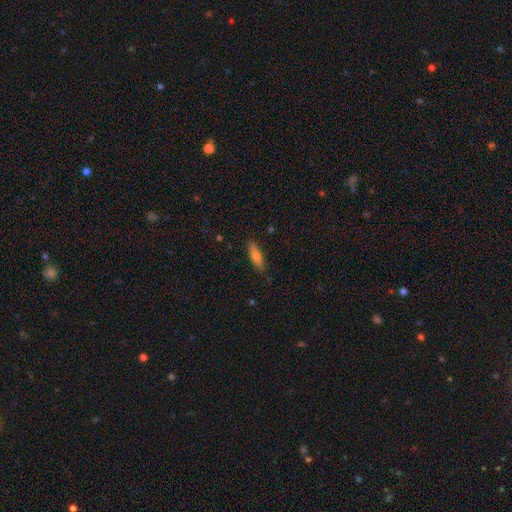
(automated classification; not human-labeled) A smooth galaxy with no disk features (68%) that is cigar-shaped (65%).

Vote fractions:
- Smooth or featured? smooth: 68% / featured or disk: 25% / star or artifact: 7%
- How rounded? cigar-shaped: 65% / in between: 33% / round: 2%
- Merging? none: 87% / minor disturbance: 10% / major disturbance: 2% / merger: 1%